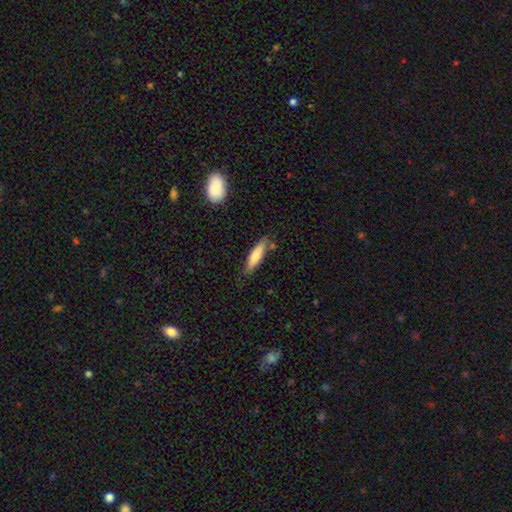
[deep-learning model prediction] Smooth or featured? smooth (77%)
How rounded? cigar-shaped (68%)
Merging? none (73%)